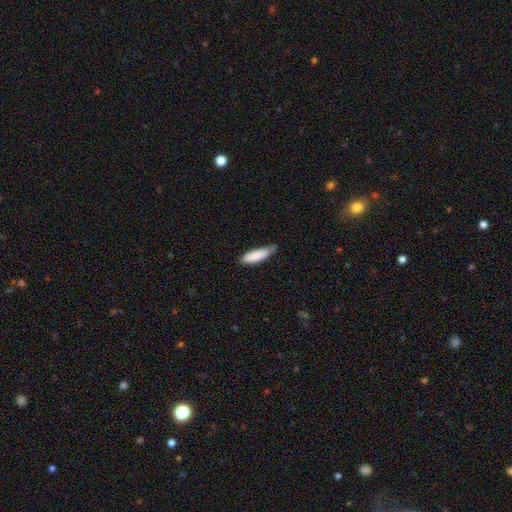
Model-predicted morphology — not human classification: The model was most divided on "how rounded": cigar-shaped: 58%, in between: 41%, round: 1%. More confident: smooth or featured — smooth (86%); merging — none (57%).